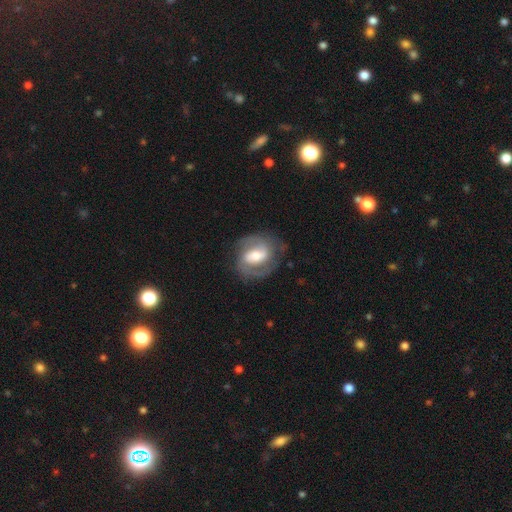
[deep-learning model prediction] smooth-or-featured: featured or disk: 79% | smooth: 16% | star or artifact: 6%
  disk-edge-on: no: 97% | yes: 3%
    bar: weak: 44% | strong: 32% | no: 23%
    has-spiral-arms: yes: 90% | no: 10%
      spiral-winding: medium: 49% | tight: 33% | loose: 17%
      spiral-arm-count: 2: 84% | can't tell: 8% | 1: 3% | 3: 3% | 4: 1% | more than 4: 1%
    bulge-size: moderate: 62% | small: 22% | large: 13% | dominant: 1% | none: 1%
  merging: none: 74% | minor disturbance: 17% | major disturbance: 9% | merger: 1%